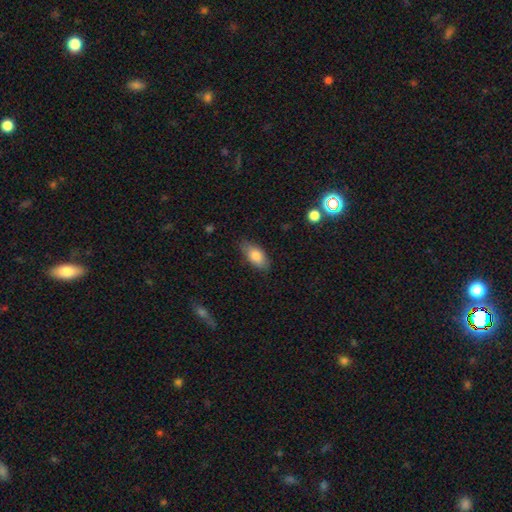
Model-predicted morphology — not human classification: A smooth galaxy with no disk features (82%) that is in between round and cigar-shaped (89%). Merging: none (78%).